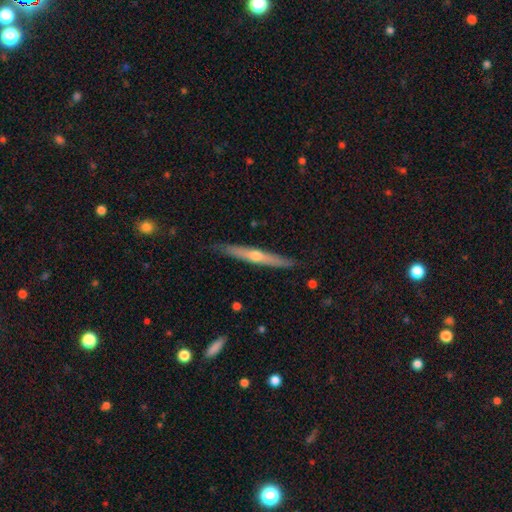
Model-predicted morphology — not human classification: Smooth or featured? Predicted: featured or disk (p=0.66). Edge-on disk? Predicted: yes (p=0.96). Edge-on bulge? Predicted: rounded (p=0.79). Merging? Predicted: none (p=0.86).